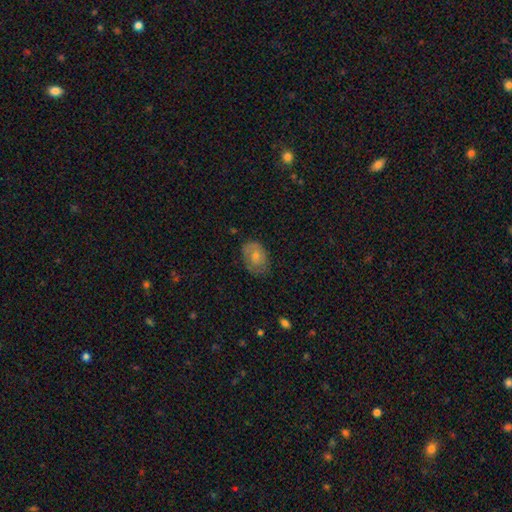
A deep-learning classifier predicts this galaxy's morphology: type=smooth (60%); roundness=in between (73%); merging=none (64%).